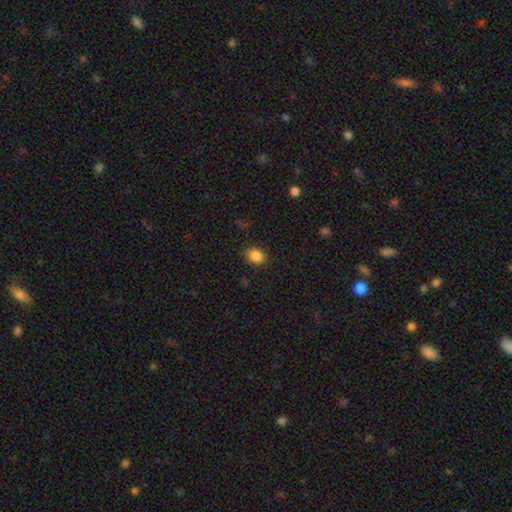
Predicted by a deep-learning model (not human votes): This appears to be a smooth galaxy with no disk features (86%) that is in between round and cigar-shaped (56%). Merging: none (86%).